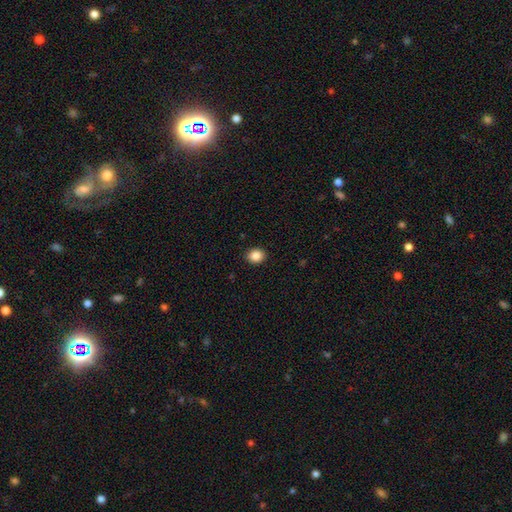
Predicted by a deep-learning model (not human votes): Morphology: type=smooth (86%); roundness=round (63%); merging=none (90%).